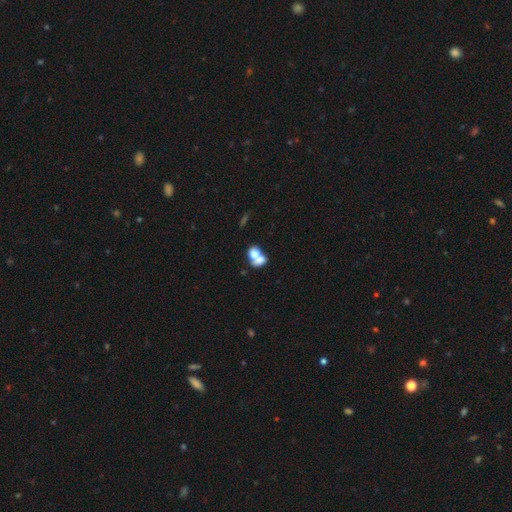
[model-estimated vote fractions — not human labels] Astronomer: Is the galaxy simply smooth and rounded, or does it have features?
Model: smooth — 69%.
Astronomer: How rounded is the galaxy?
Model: in between — 60% (runner-up: round, 38%).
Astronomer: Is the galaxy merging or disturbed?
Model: merger — 68%.